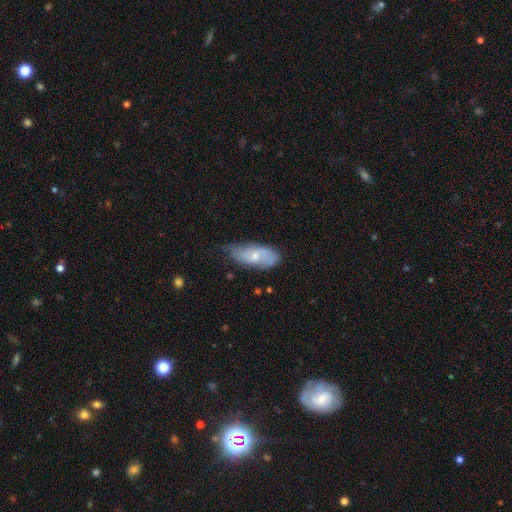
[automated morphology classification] Smooth or featured?
  - featured or disk: 47% *
  - smooth: 46%
  - star or artifact: 7%
Merging?
  - none: 49% *
  - minor disturbance: 39%
  - major disturbance: 10%
  - merger: 2%